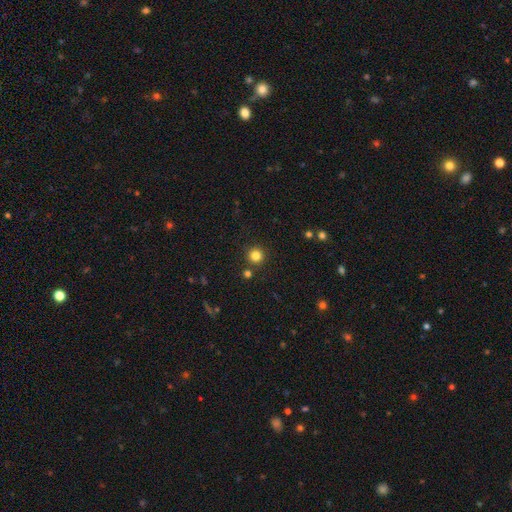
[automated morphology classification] Smooth or featured? Predicted: smooth (p=0.82). How rounded? Predicted: round (p=0.95). Merging? Predicted: none (p=0.88).